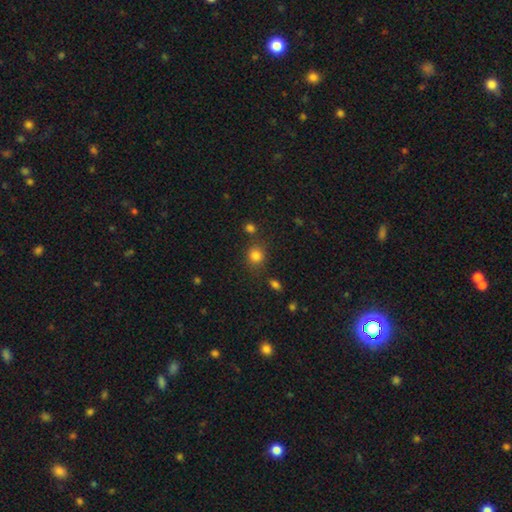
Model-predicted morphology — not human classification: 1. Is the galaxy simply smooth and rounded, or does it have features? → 82% smooth, 13% star or artifact, 5% featured or disk.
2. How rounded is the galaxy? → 82% round, 17% in between, 1% cigar-shaped.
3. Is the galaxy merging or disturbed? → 75% none, 12% minor disturbance, 8% merger, 5% major disturbance.